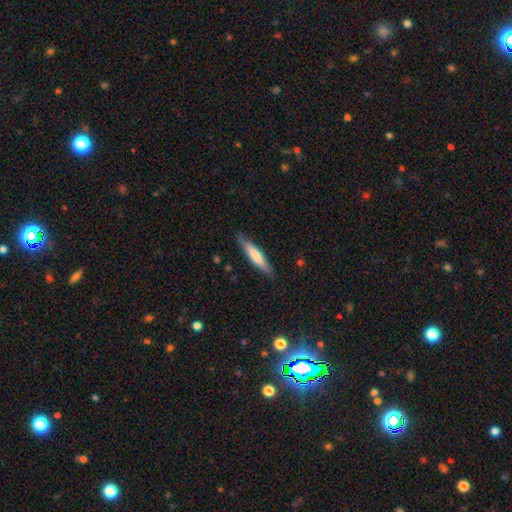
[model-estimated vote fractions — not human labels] Overall: smooth (70%). How rounded: cigar-shaped (88%). Merging: none (86%).